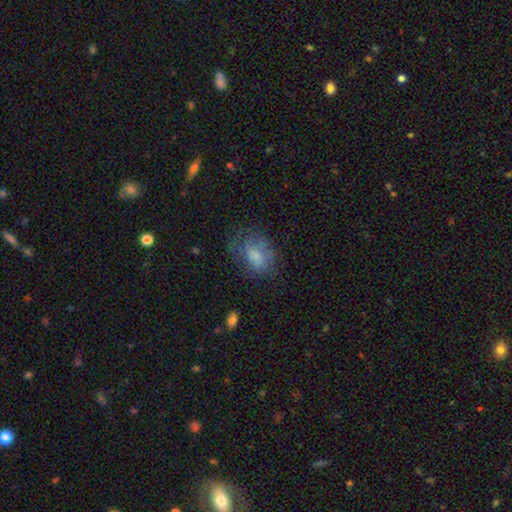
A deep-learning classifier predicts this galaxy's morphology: This is likely a smooth galaxy (65%). How rounded: likely in between (74%). Merging: possibly none (51%).